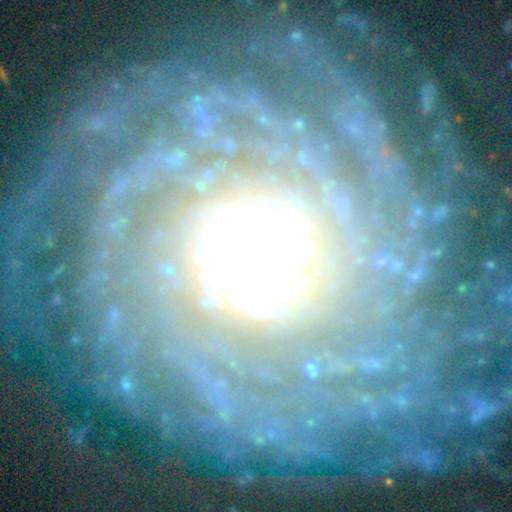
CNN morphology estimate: smooth_or_featured: featured or disk (p=0.90) [alt: star or artifact p=0.05]
disk_edge_on: no (p=0.96) [alt: yes p=0.04]
bar: no (p=0.59) [alt: weak p=0.24]
has_spiral_arms: yes (p=0.96) [alt: no p=0.04]
spiral_winding: tight (p=0.78) [alt: medium p=0.16]
spiral_arm_count: can't tell (p=0.26) [alt: more than 4 p=0.24]
bulge_size: moderate (p=0.46) [alt: large p=0.31]
merging: none (p=0.75) [alt: minor disturbance p=0.15]